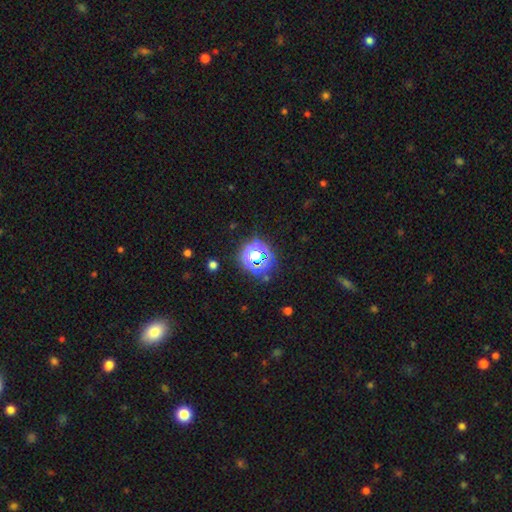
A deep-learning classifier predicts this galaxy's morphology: star or artifact 70%, smooth 23%, featured or disk 7%.